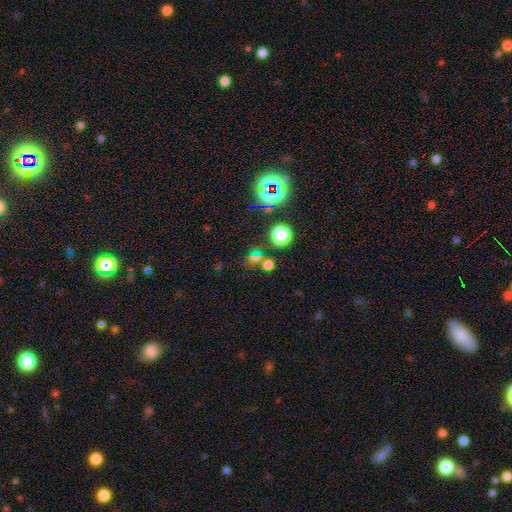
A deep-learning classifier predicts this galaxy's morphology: This is possibly a smooth galaxy (50%). Merging: likely none (65%).